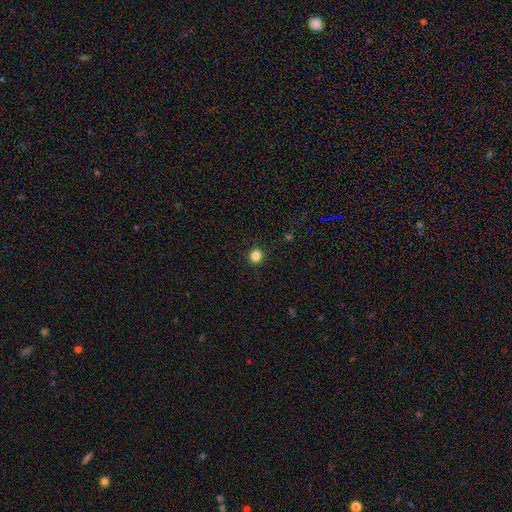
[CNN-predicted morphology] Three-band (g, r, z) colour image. It shows a smooth galaxy with no disk features (85%) that is round (85%). Merging: none (92%).